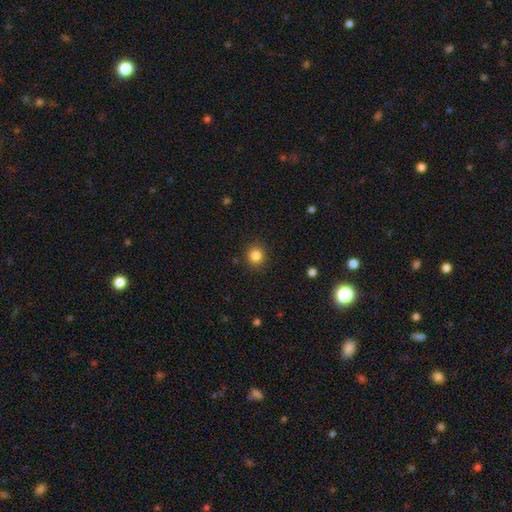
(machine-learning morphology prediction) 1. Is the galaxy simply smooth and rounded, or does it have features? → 84% smooth, 11% star or artifact, 5% featured or disk.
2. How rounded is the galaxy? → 89% round, 10% in between, 1% cigar-shaped.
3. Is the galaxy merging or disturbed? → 90% none, 7% minor disturbance, 2% major disturbance, 1% merger.